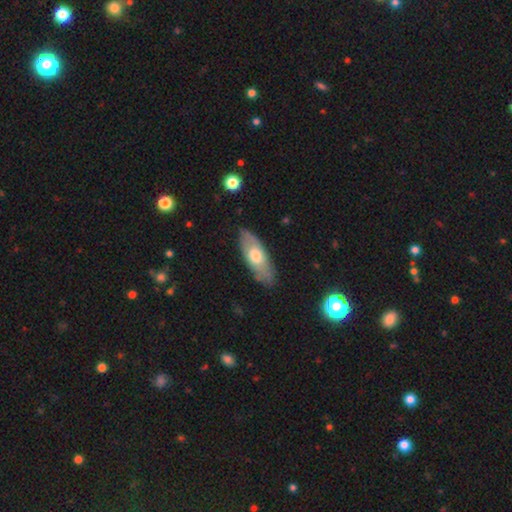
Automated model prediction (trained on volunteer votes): Smooth or featured: smooth — 56% (featured or disk — 38%)
How rounded: in between — 74% (cigar-shaped — 23%)
Merging: none — 80% (minor disturbance — 15%)